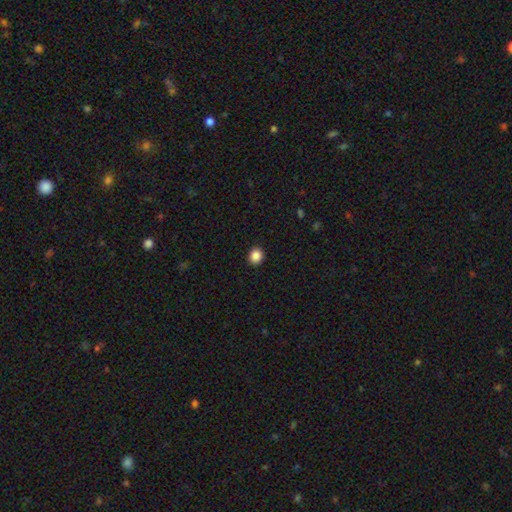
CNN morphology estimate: smooth_or_featured: smooth (p=0.87) [alt: star or artifact p=0.10]
how_rounded: round (p=0.82) [alt: in between p=0.17]
merging: none (p=0.92) [alt: minor disturbance p=0.05]